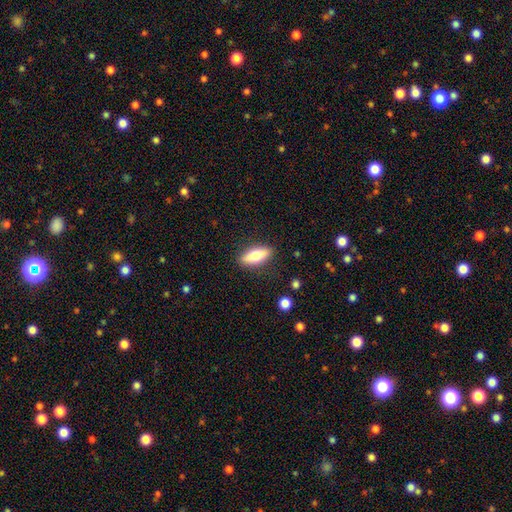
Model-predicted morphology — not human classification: Q: Smooth or featured?
A: smooth (70%); runner-up: featured or disk (24%)
Q: How rounded?
A: in between (69%); runner-up: cigar-shaped (28%)
Q: Merging?
A: none (87%); runner-up: minor disturbance (10%)